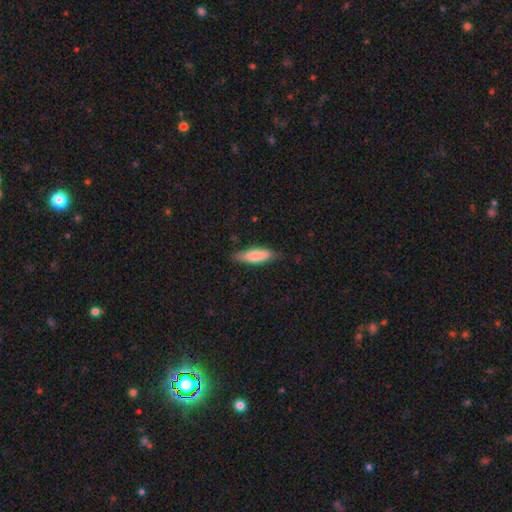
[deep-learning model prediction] The model was most divided on "how rounded": cigar-shaped: 52%, in between: 46%, round: 2%. More confident: smooth or featured — smooth (79%); merging — none (76%).